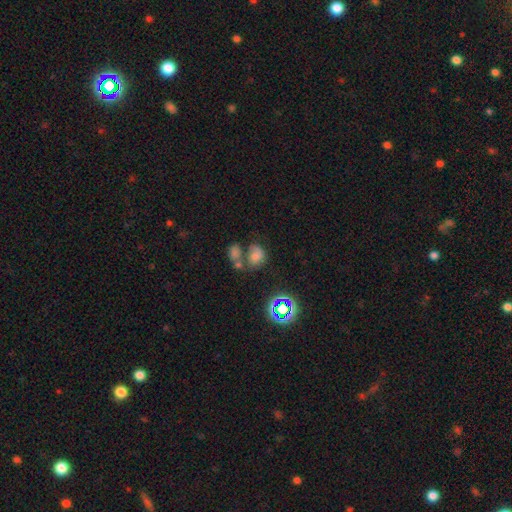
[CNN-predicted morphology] The model was most divided on "how rounded": in between: 52%, round: 47%, cigar-shaped: 1%. Remaining: smooth or featured — smooth (64%); merging — merger (47%).